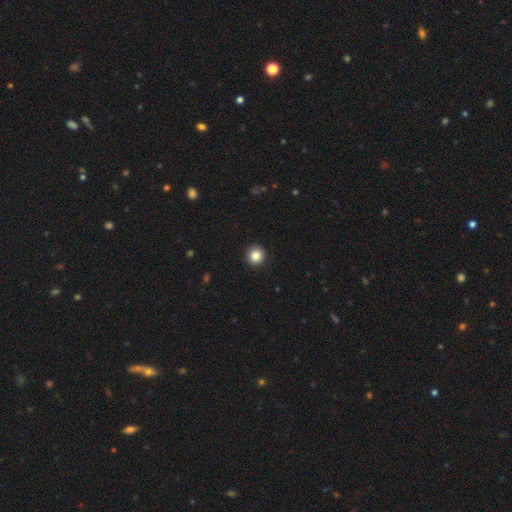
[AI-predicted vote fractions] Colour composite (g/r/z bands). It shows a smooth galaxy with no disk features (84%) that is round (94%). Merging: none (93%).